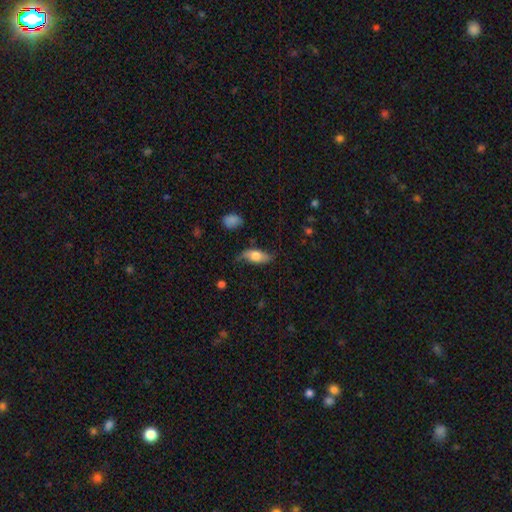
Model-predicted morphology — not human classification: Q: Smooth or featured?
A: smooth (65%); runner-up: featured or disk (29%)
Q: How rounded?
A: in between (83%); runner-up: cigar-shaped (14%)
Q: Merging?
A: none (62%); runner-up: minor disturbance (28%)